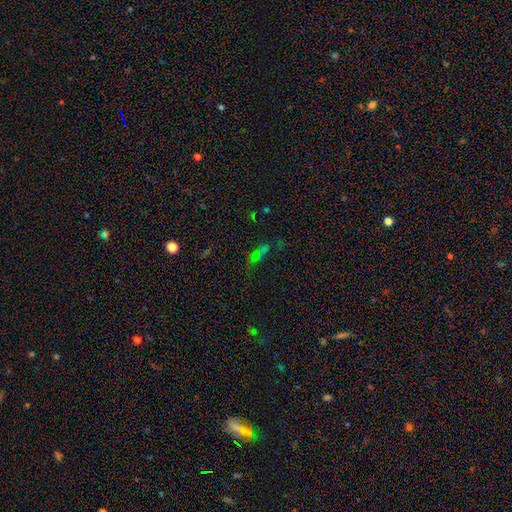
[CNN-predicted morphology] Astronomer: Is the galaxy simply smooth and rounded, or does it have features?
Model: smooth — 45% (runner-up: star or artifact, 42%).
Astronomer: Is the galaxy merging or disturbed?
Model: none — 51%.